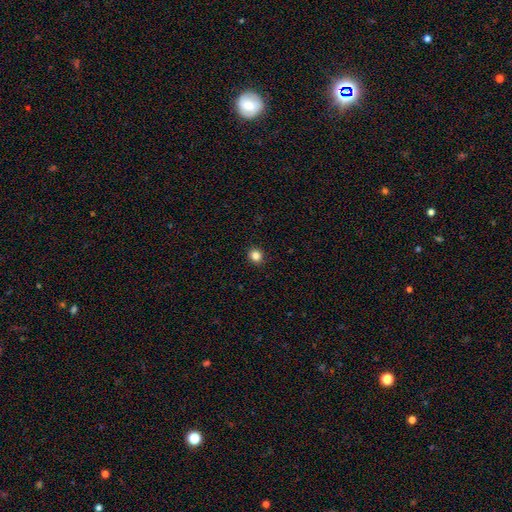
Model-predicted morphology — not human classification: smooth_or_featured: smooth (p=0.84) [alt: star or artifact p=0.11]
how_rounded: round (p=0.86) [alt: in between p=0.14]
merging: none (p=0.93) [alt: minor disturbance p=0.05]